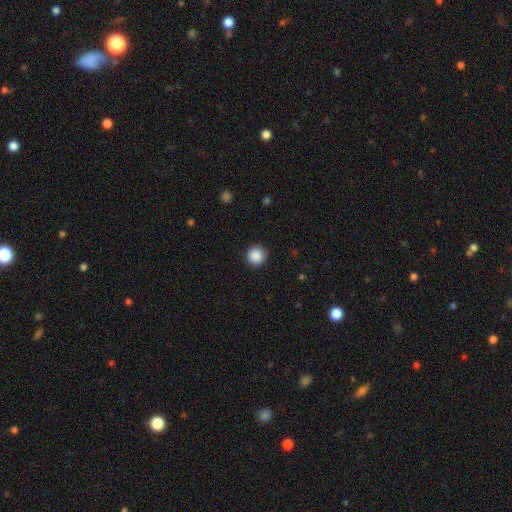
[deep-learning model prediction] This appears to be a smooth galaxy with no disk features (89%) that is round (96%). Merging: none (92%).